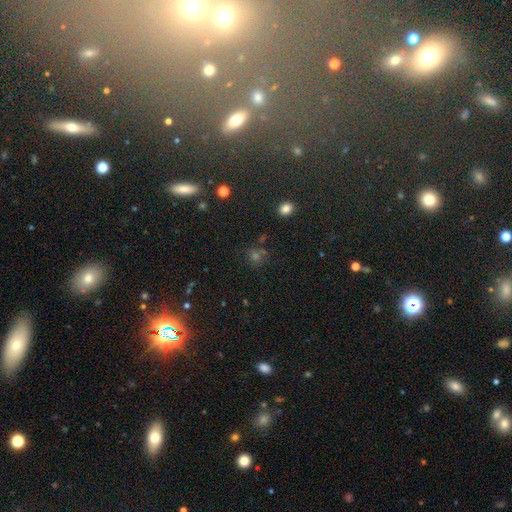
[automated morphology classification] Overall: star or artifact (45%; smooth 44%).